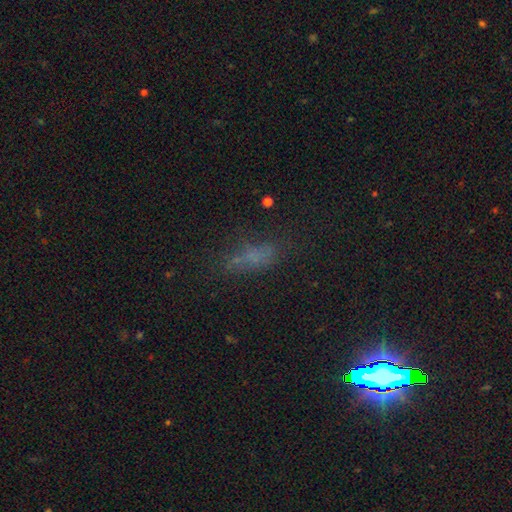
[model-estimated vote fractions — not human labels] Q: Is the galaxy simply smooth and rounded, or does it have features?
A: smooth — 57%.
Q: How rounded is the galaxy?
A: in between — 61%.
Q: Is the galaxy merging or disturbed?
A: none — 55%.